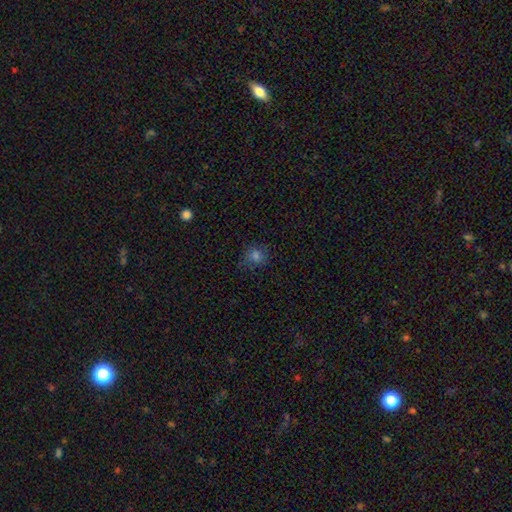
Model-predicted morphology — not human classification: Q: Smooth or featured?
A: smooth (75%); runner-up: star or artifact (19%)
Q: How rounded?
A: round (79%); runner-up: in between (20%)
Q: Merging?
A: none (76%); runner-up: minor disturbance (17%)